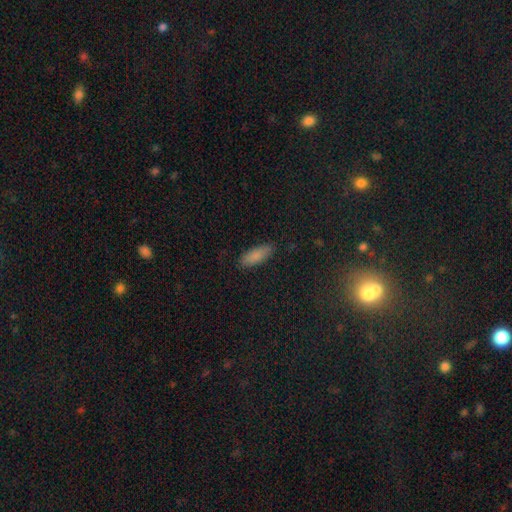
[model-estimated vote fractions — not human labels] The model was most divided on "how rounded": in between: 69%, cigar-shaped: 29%, round: 2%. More confident: merging — none (86%); smooth or featured — smooth (85%).